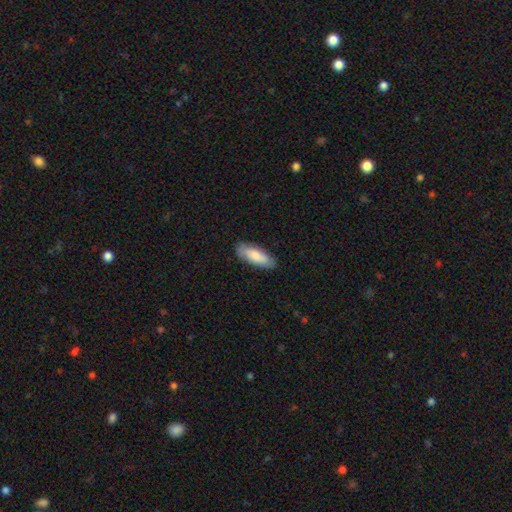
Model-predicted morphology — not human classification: Q: Smooth or featured?
A: smooth (76%); runner-up: featured or disk (18%)
Q: How rounded?
A: in between (70%); runner-up: cigar-shaped (29%)
Q: Merging?
A: none (84%); runner-up: minor disturbance (12%)